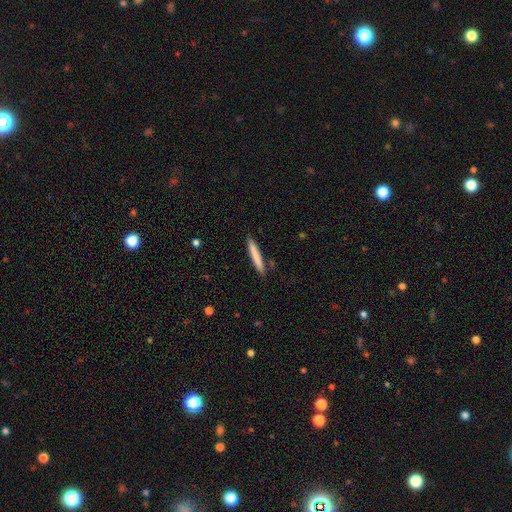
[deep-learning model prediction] The model was most divided on "smooth or featured": smooth: 75%, featured or disk: 19%, star or artifact: 5%. More confident: how rounded — cigar-shaped (96%); merging — none (88%).